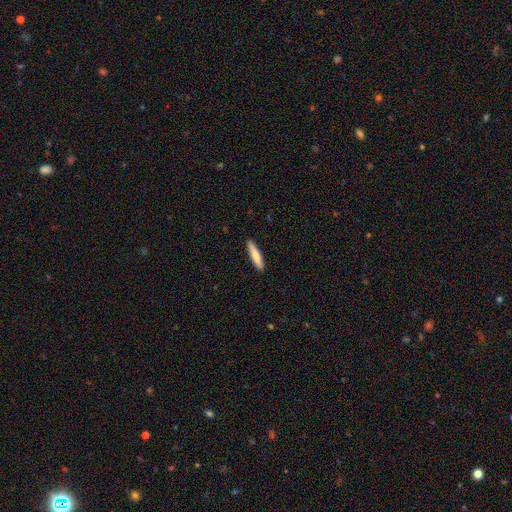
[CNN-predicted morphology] Smooth or featured? smooth (76%)
How rounded? cigar-shaped (89%)
Merging? none (91%)